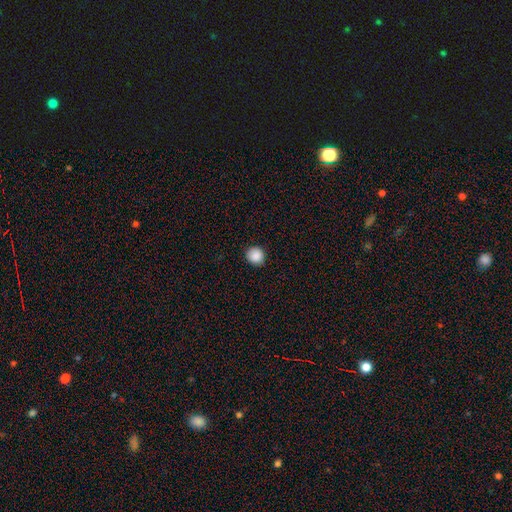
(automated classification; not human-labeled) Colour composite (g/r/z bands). It shows a smooth galaxy with no disk features (89%) that is round (92%). Merging: none (91%).